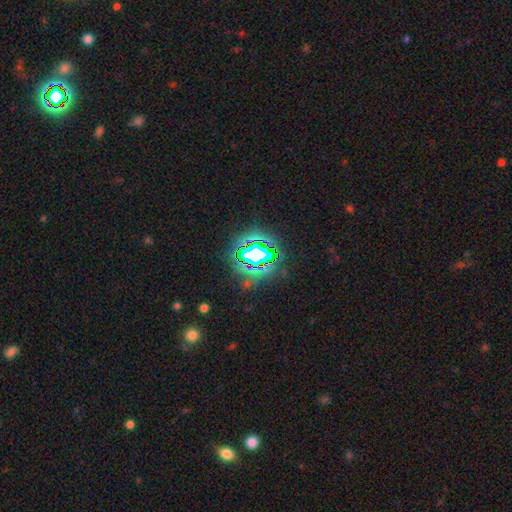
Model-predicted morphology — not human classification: Smooth or featured: star or artifact — 67% (smooth — 20%)